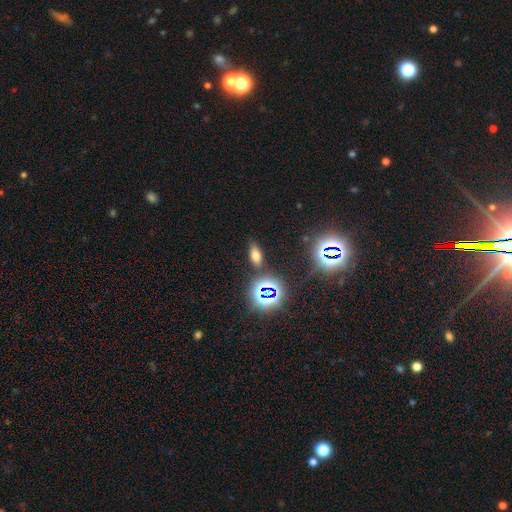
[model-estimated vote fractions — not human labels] Morphology: type=smooth (57%); roundness=in between (79%); merging=none (83%).